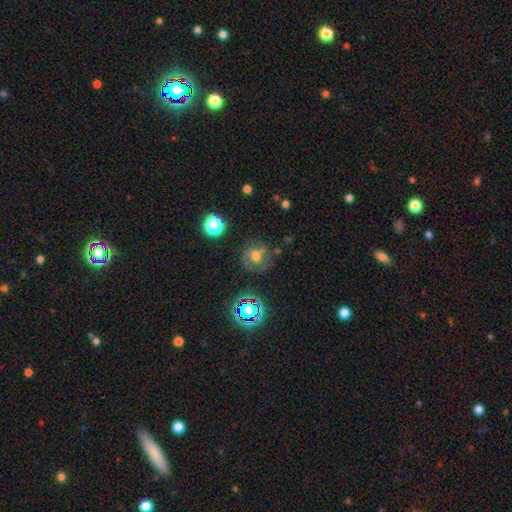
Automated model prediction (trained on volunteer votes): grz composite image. It shows a smooth galaxy with no disk features (39%). Merging: none (65%).